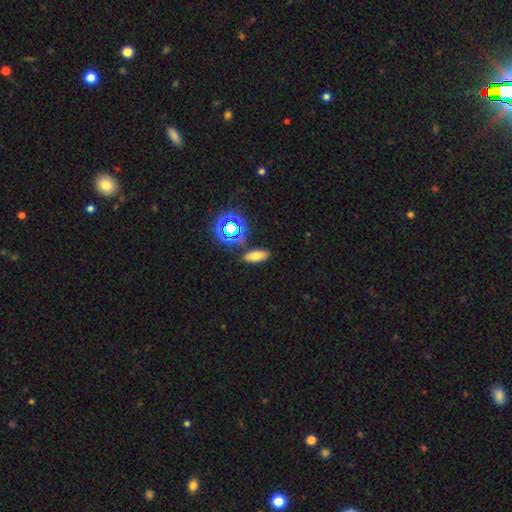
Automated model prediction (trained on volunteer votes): Q: Smooth or featured?
A: smooth (64%); runner-up: star or artifact (23%)
Q: How rounded?
A: in between (78%); runner-up: cigar-shaped (15%)
Q: Merging?
A: none (82%); runner-up: minor disturbance (11%)